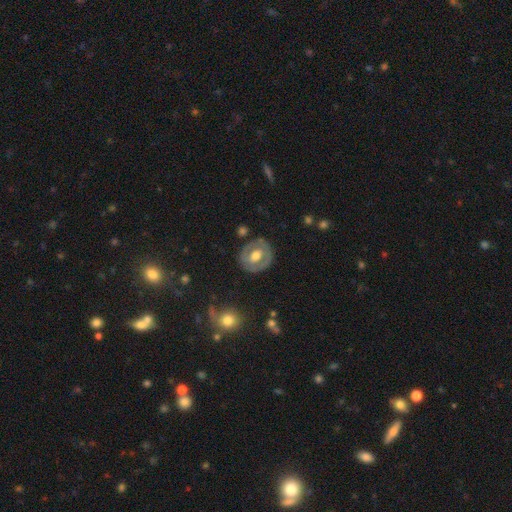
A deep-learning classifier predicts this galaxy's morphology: The model was most divided on "bar": no: 52%, weak: 35%, strong: 13%. More confident: edge-on disk — no (96%); merging — none (80%); bulge size — moderate (70%); spiral arms — no (64%); smooth or featured — featured or disk (59%).